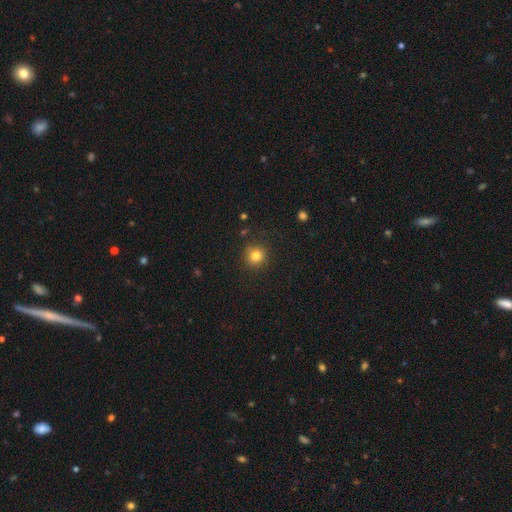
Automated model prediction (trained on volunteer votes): Smooth or featured?
  - smooth: 82% *
  - star or artifact: 12%
  - featured or disk: 6%
How rounded?
  - round: 92% *
  - in between: 7%
  - cigar-shaped: 1%
Merging?
  - none: 88% *
  - minor disturbance: 8%
  - major disturbance: 3%
  - merger: 2%